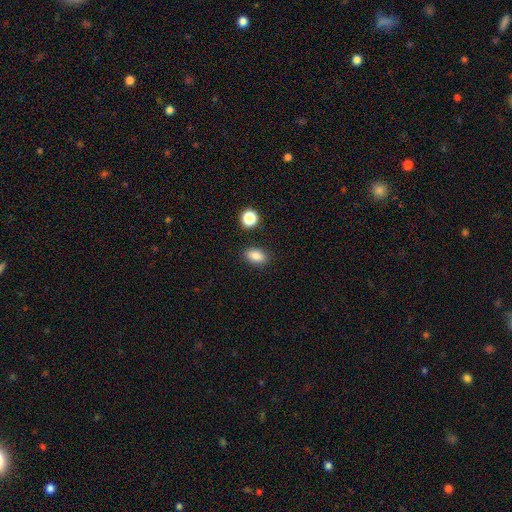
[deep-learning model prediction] This appears to be a smooth galaxy with no disk features (86%) that is in between round and cigar-shaped (87%). Merging: none (85%).